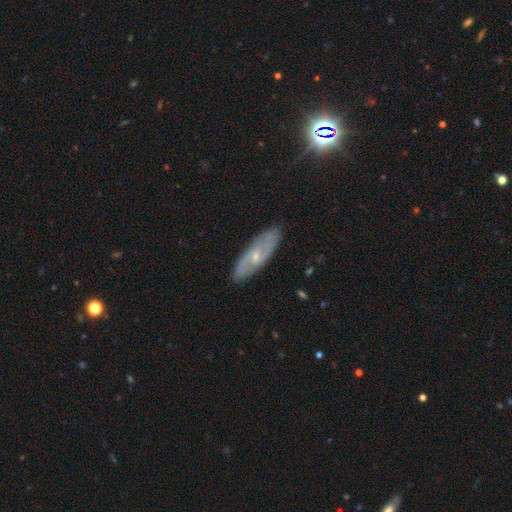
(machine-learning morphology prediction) type=featured or disk (70%); edge-on=no (78%); bar=no (52%); spiral arms=yes (83%); bulge=small (69%); merging=none (84%).